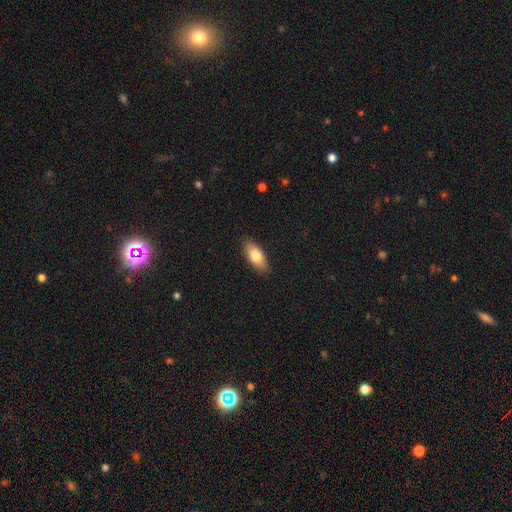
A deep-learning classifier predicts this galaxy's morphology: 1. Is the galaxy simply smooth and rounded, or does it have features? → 78% smooth, 16% featured or disk, 6% star or artifact.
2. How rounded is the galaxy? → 83% in between, 14% cigar-shaped, 3% round.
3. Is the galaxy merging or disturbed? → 88% none, 9% minor disturbance, 2% major disturbance, 1% merger.